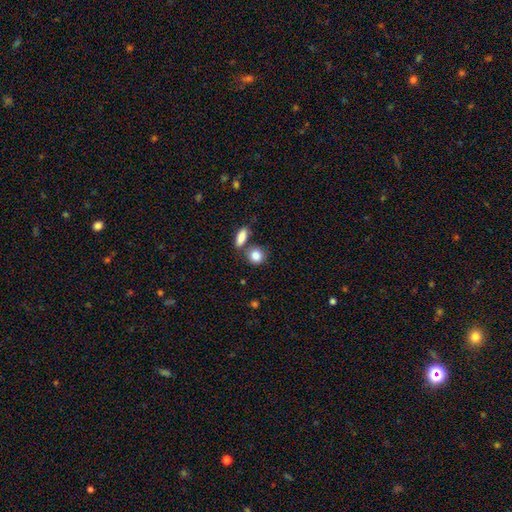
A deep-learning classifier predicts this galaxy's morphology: Smooth or featured? smooth (86%)
How rounded? round (71%)
Merging? none (63%)